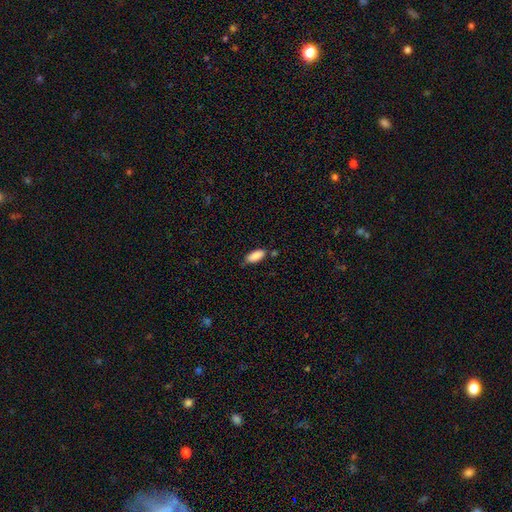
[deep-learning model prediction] Smooth or featured?
  - smooth: 88% *
  - star or artifact: 7%
  - featured or disk: 5%
How rounded?
  - in between: 83% *
  - cigar-shaped: 15%
  - round: 2%
Merging?
  - none: 68% *
  - minor disturbance: 22%
  - merger: 6%
  - major disturbance: 4%